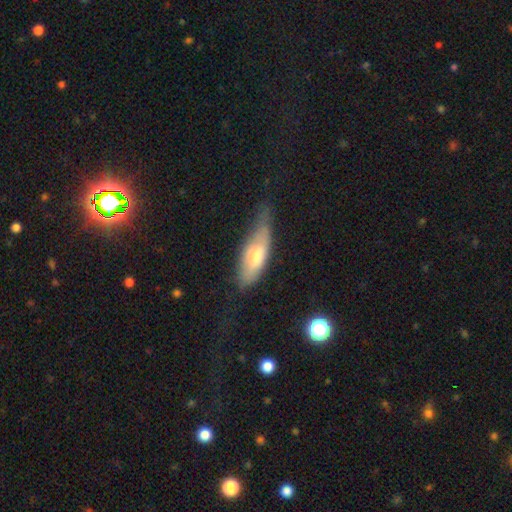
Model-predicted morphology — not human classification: A smooth galaxy with no disk features (64%) that is in between round and cigar-shaped (61%).

Vote fractions:
- Smooth or featured? smooth: 64% / featured or disk: 29% / star or artifact: 7%
- How rounded? in between: 61% / cigar-shaped: 36% / round: 2%
- Merging? minor disturbance: 41% / none: 38% / major disturbance: 19% / merger: 3%